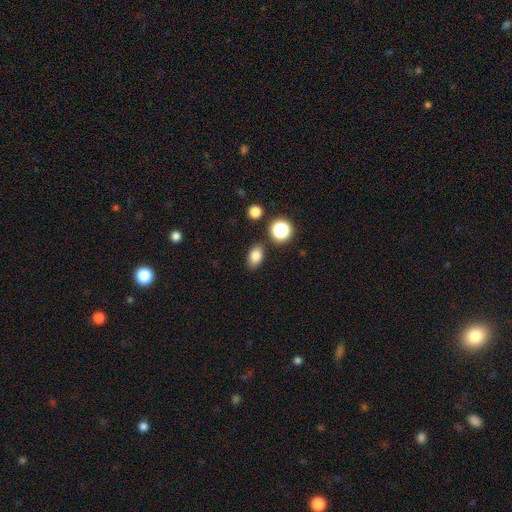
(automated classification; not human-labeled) Smooth or featured: smooth — 81% (star or artifact — 12%)
How rounded: in between — 83% (round — 16%)
Merging: none — 83% (minor disturbance — 10%)